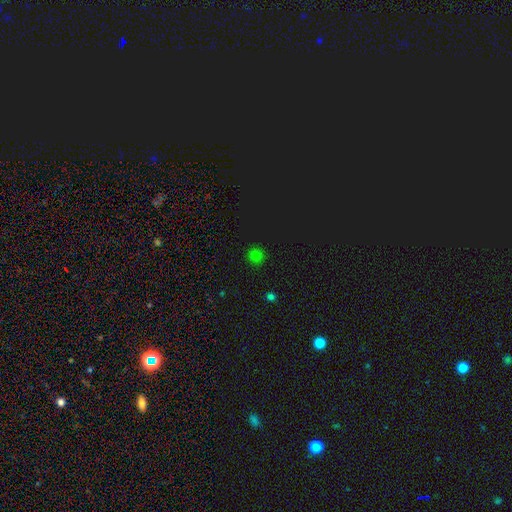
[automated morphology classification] A smooth galaxy with no disk features (72%) that is round (94%).

Vote fractions:
- Smooth or featured? smooth: 72% / star or artifact: 23% / featured or disk: 5%
- How rounded? round: 94% / in between: 5% / cigar-shaped: 1%
- Merging? none: 90% / minor disturbance: 6% / major disturbance: 2% / merger: 1%